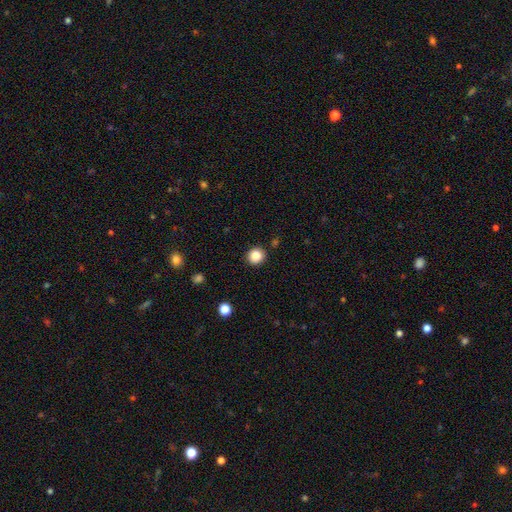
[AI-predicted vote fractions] smooth-or-featured: smooth: 86% | star or artifact: 10% | featured or disk: 4%
  how-rounded: round: 88% | in between: 11% | cigar-shaped: 1%
  merging: none: 90% | minor disturbance: 7% | major disturbance: 2% | merger: 2%